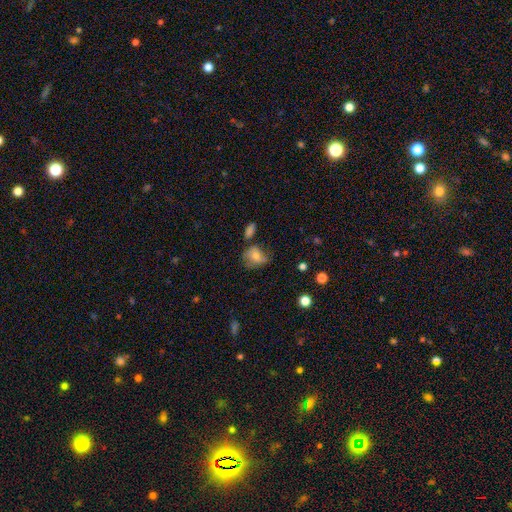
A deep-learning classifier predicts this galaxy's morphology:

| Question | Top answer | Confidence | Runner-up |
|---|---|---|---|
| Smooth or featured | smooth | 63% | featured or disk (27%) |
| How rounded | in between | 53% | round (46%) |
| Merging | none | 44% | minor disturbance (31%) |